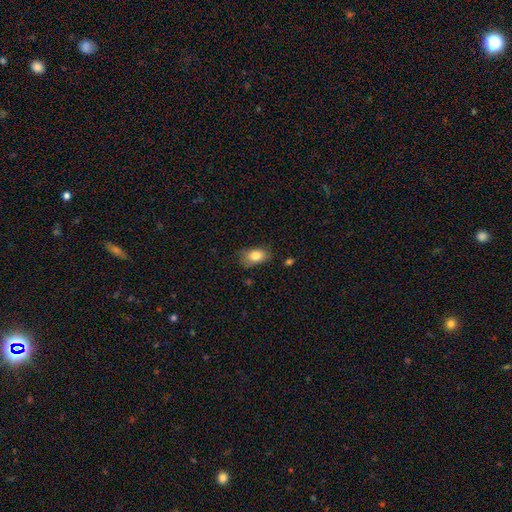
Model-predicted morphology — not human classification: smooth 83%, featured or disk 9%, star or artifact 8%. Down the decision tree: how rounded — in between (86%); merging — none (71%).